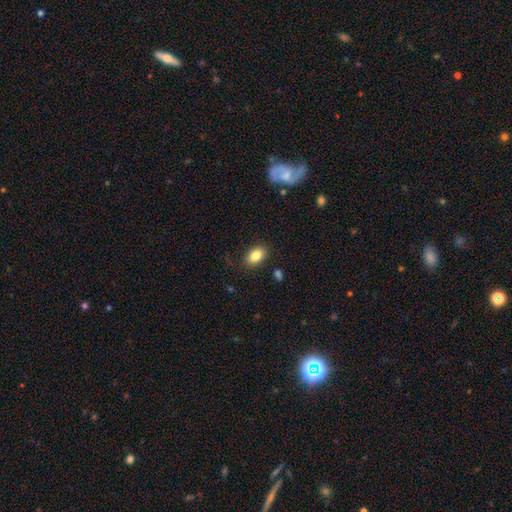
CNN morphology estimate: Q: Smooth or featured?
A: smooth (84%); runner-up: star or artifact (8%)
Q: How rounded?
A: in between (84%); runner-up: round (15%)
Q: Merging?
A: none (84%); runner-up: minor disturbance (11%)